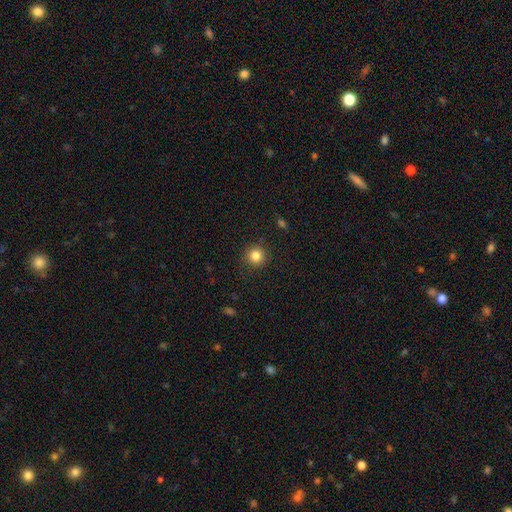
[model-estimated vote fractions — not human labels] Smooth or featured: smooth — 83% (star or artifact — 11%)
How rounded: round — 94% (in between — 5%)
Merging: none — 89% (minor disturbance — 7%)